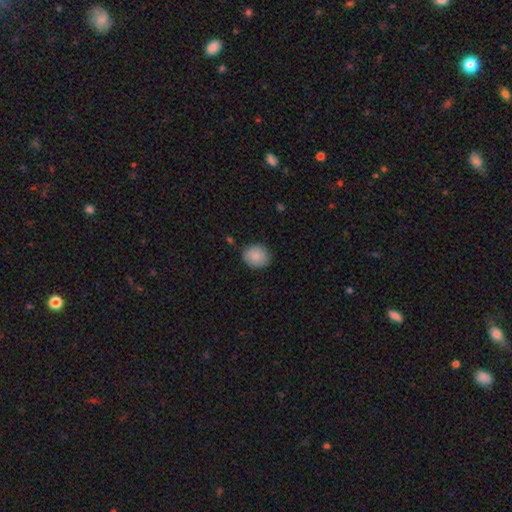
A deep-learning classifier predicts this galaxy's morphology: smooth-or-featured: smooth: 89% | star or artifact: 7% | featured or disk: 4%
  how-rounded: round: 68% | in between: 31% | cigar-shaped: 1%
  merging: none: 83% | minor disturbance: 13% | major disturbance: 3% | merger: 2%